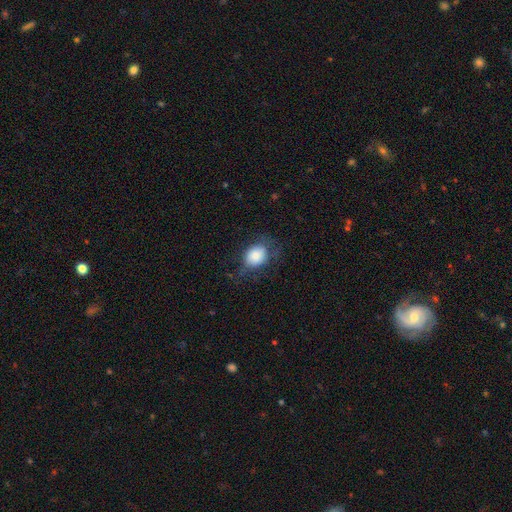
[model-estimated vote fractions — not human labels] The model was most divided on "how rounded": round: 50%, in between: 49%, cigar-shaped: 1%. More confident: smooth or featured — smooth (76%); merging — none (55%).